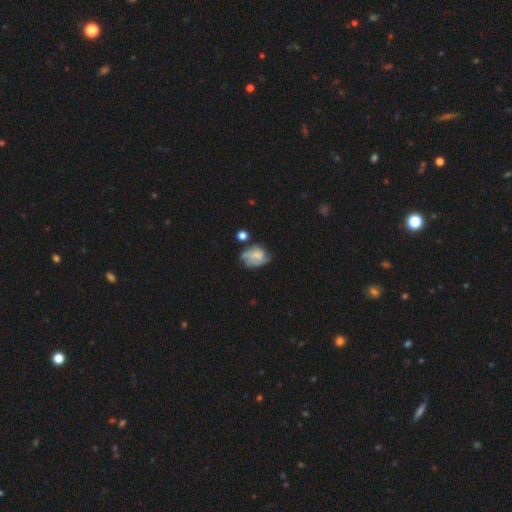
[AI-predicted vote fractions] smooth_or_featured: featured or disk (p=0.47) [alt: smooth p=0.43]
merging: none (p=0.41) [alt: minor disturbance p=0.29]